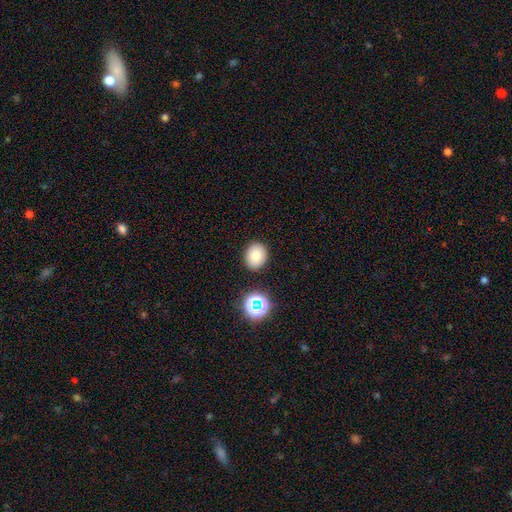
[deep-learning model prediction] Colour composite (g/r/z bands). It shows a smooth galaxy with no disk features (78%) that is round (58%). Merging: none (87%).